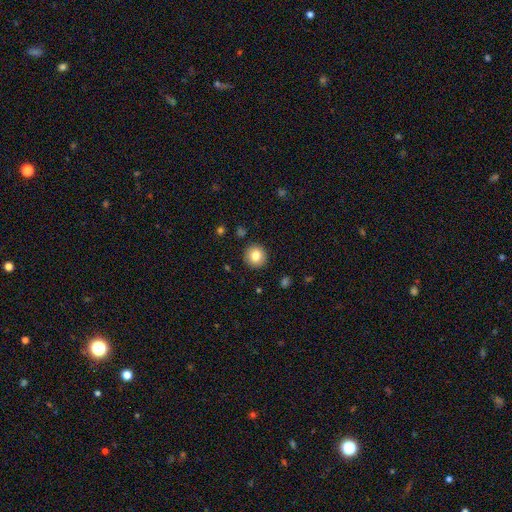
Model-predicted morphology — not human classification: This appears to be a smooth galaxy with no disk features (82%) that is round (93%). Merging: none (91%).